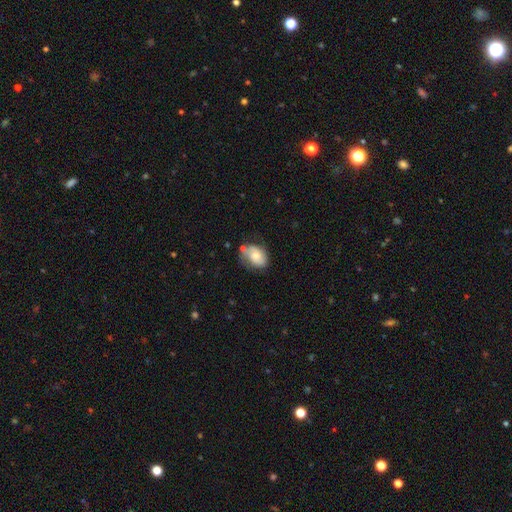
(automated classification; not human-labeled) Smooth or featured? smooth (54%)
How rounded? in between (76%)
Merging? none (49%)